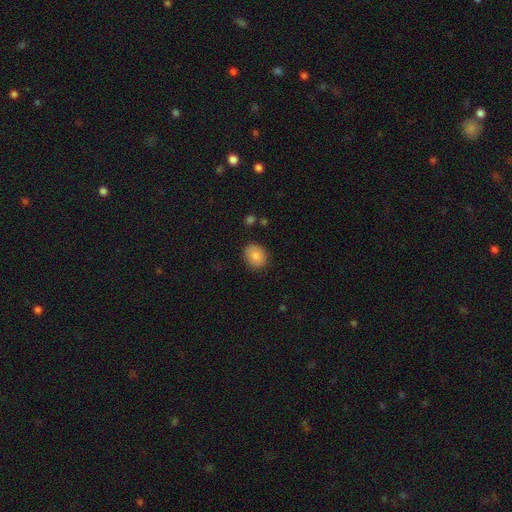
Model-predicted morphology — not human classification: smooth-or-featured: smooth: 84% | featured or disk: 8% | star or artifact: 8%
  how-rounded: round: 57% | in between: 42% | cigar-shaped: 1%
  merging: none: 86% | minor disturbance: 10% | major disturbance: 2% | merger: 1%